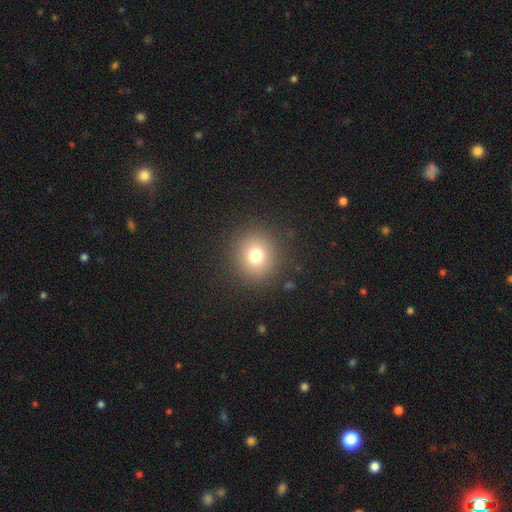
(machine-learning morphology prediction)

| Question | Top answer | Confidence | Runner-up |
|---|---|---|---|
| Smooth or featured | smooth | 75% | star or artifact (15%) |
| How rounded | round | 91% | in between (8%) |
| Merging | none | 90% | minor disturbance (6%) |